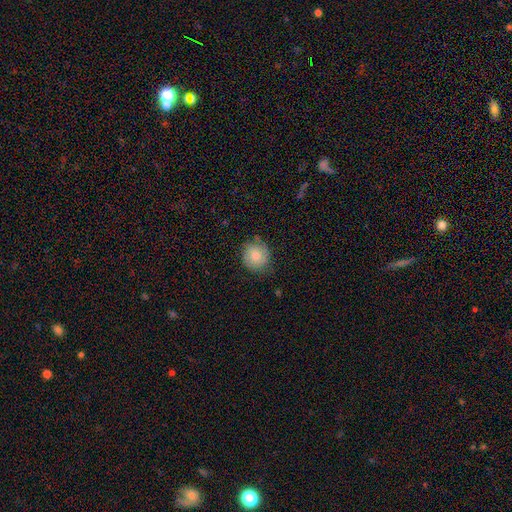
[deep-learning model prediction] smooth-or-featured: smooth: 62% | featured or disk: 30% | star or artifact: 8%
  how-rounded: round: 84% | in between: 15% | cigar-shaped: 1%
  merging: none: 70% | minor disturbance: 23% | major disturbance: 6% | merger: 1%